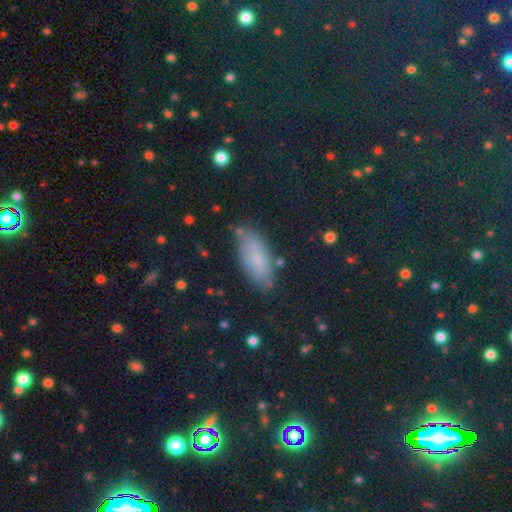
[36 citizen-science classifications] Morphology: type=smooth (83%); roundness=in between (90%); merging=none (71%).